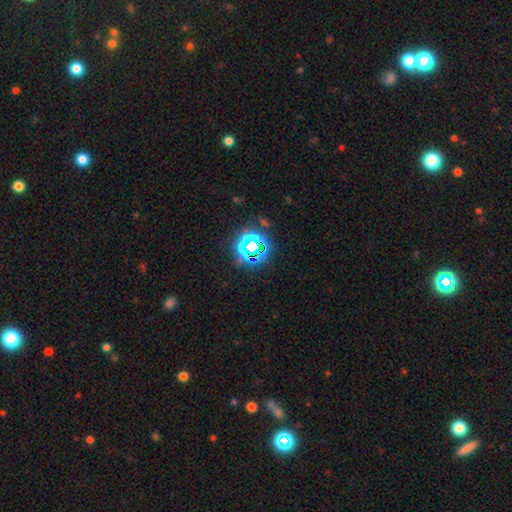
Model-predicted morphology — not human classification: The model was most divided on "smooth or featured": star or artifact: 68%, smooth: 20%, featured or disk: 12%.